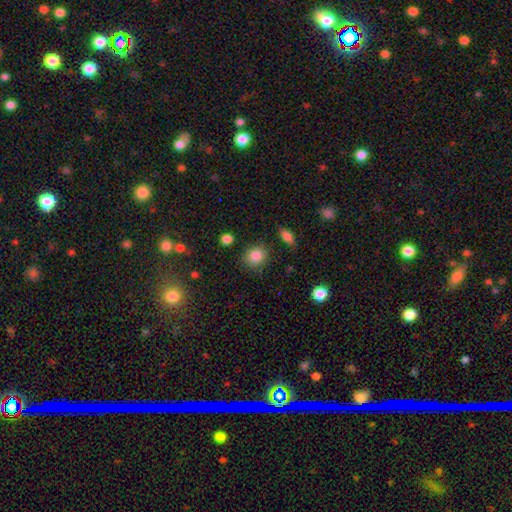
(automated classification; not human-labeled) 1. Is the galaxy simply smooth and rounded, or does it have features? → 86% smooth, 9% star or artifact, 5% featured or disk.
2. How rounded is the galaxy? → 75% round, 24% in between, 1% cigar-shaped.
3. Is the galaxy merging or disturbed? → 83% none, 12% minor disturbance, 3% major disturbance, 2% merger.